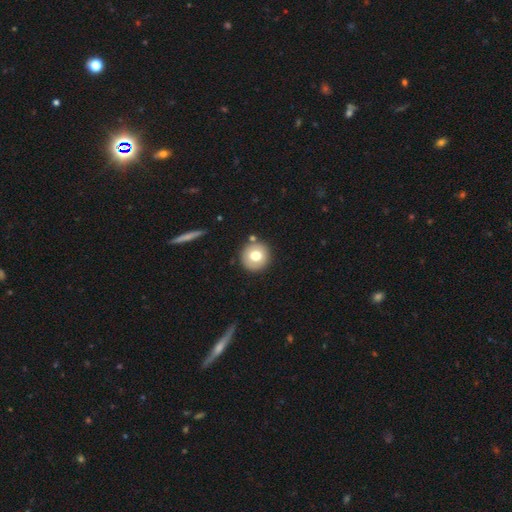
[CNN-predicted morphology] Smooth or featured: smooth — 72% (featured or disk — 18%)
How rounded: round — 93% (in between — 6%)
Merging: none — 85% (minor disturbance — 8%)